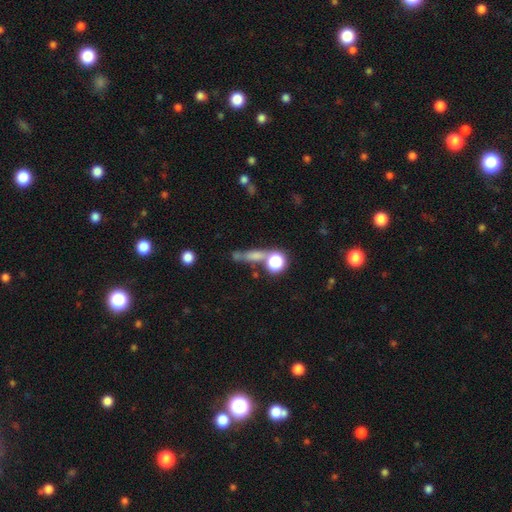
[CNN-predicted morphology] Q: Smooth or featured?
A: smooth (59%); runner-up: featured or disk (21%)
Q: How rounded?
A: cigar-shaped (48%); runner-up: round (31%)
Q: Merging?
A: none (55%); runner-up: merger (23%)